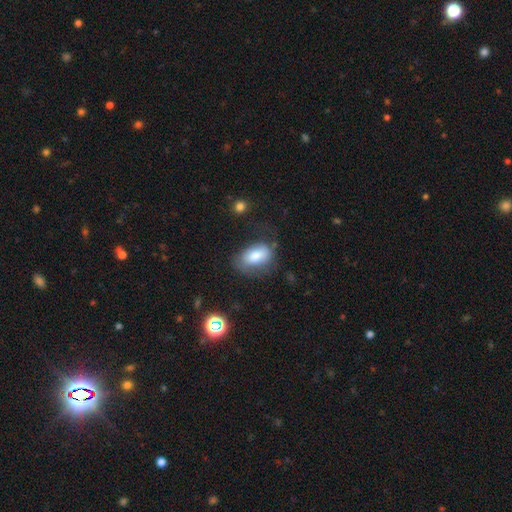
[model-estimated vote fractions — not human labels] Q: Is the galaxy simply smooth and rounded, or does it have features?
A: smooth — 74%.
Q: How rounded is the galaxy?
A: in between — 87%.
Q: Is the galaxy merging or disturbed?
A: none — 55%.